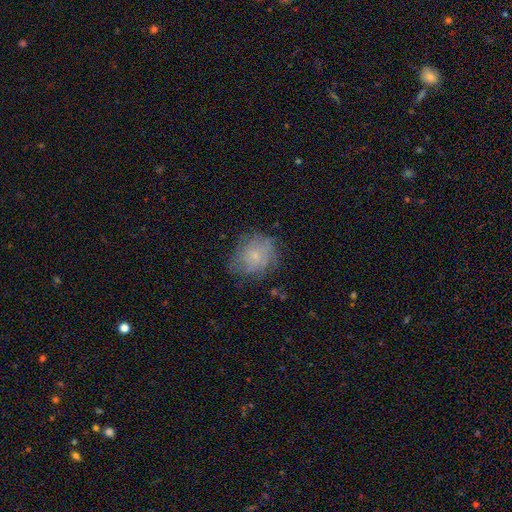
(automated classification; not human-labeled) This appears to be a smooth galaxy with no disk features (56%) that is round (70%). Merging: none (62%).